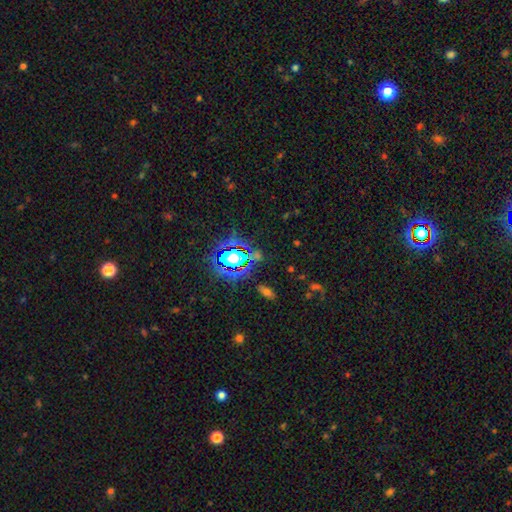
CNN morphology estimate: A star or artifact, not a galaxy (69%).

Vote fractions:
- Smooth or featured? star or artifact: 69% / smooth: 21% / featured or disk: 10%